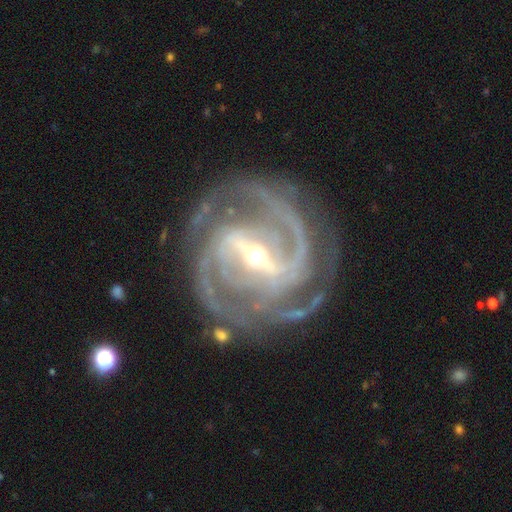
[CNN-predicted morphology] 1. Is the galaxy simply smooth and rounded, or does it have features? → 93% featured or disk, 4% star or artifact, 3% smooth.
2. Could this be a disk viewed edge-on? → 97% no, 3% yes.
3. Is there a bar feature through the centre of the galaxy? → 74% strong, 20% weak, 6% no.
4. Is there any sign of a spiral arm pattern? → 98% yes, 2% no.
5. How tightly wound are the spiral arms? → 46% medium, 44% tight, 10% loose.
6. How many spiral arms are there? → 51% 2, 21% 3, 9% can't tell, 8% 4, 5% more than 4, 5% 1.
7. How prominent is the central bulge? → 54% small, 42% moderate, 2% large, 1% none, 1% dominant.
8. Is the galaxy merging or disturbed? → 71% none, 16% minor disturbance, 11% major disturbance, 2% merger.